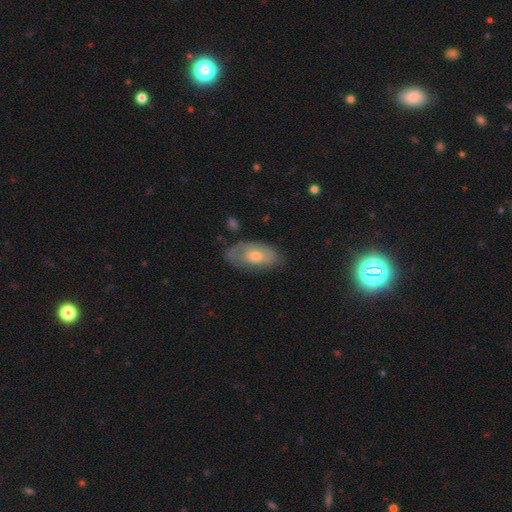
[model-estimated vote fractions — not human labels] A featured or disk galaxy (47%). Merging: none (63%).